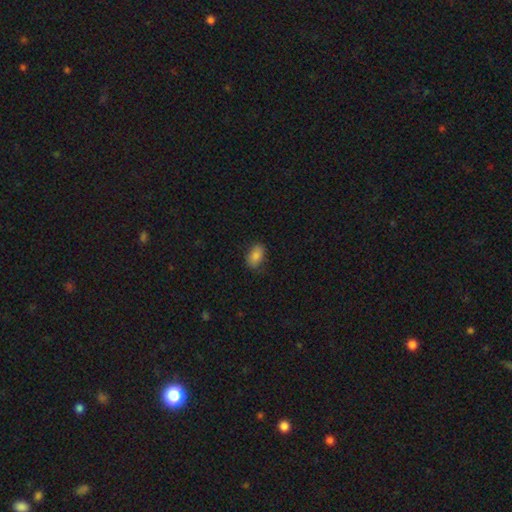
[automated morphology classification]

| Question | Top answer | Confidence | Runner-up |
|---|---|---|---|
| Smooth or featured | smooth | 84% | star or artifact (8%) |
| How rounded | in between | 88% | round (10%) |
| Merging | none | 76% | minor disturbance (19%) |